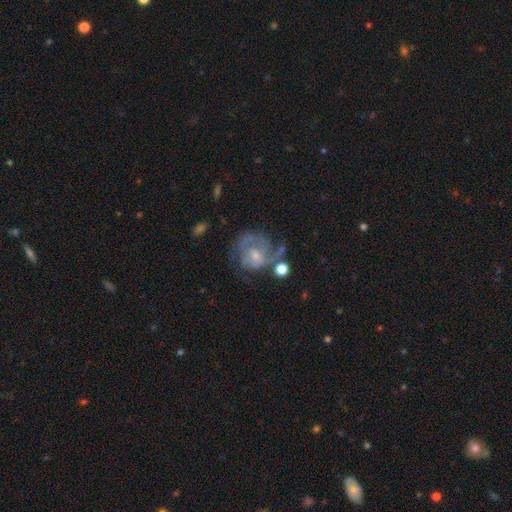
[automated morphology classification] Smooth or featured?
  - featured or disk: 69% *
  - smooth: 23%
  - star or artifact: 8%
Edge-on disk?
  - no: 98% *
  - yes: 2%
Bar?
  - no: 64% *
  - weak: 30%
  - strong: 5%
Spiral arms?
  - yes: 80% *
  - no: 20%
Spiral winding?
  - medium: 42% *
  - tight: 36%
  - loose: 21%
Spiral arm count?
  - 2: 39% *
  - can't tell: 27%
  - 1: 16%
  - 3: 12%
  - 4: 3%
  - more than 4: 3%
Bulge size?
  - small: 51% *
  - moderate: 37%
  - none: 8%
  - large: 3%
  - dominant: 1%
Merging?
  - none: 39% *
  - major disturbance: 30%
  - minor disturbance: 22%
  - merger: 9%